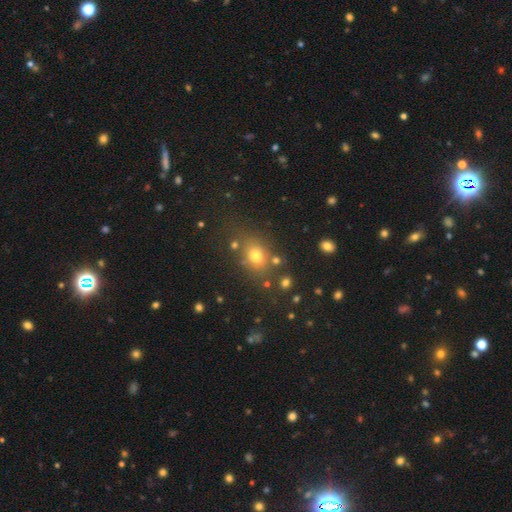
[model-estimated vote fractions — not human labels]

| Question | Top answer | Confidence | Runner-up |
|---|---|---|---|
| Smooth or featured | smooth | 65% | star or artifact (24%) |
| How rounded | round | 55% | in between (43%) |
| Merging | none | 75% | minor disturbance (12%) |